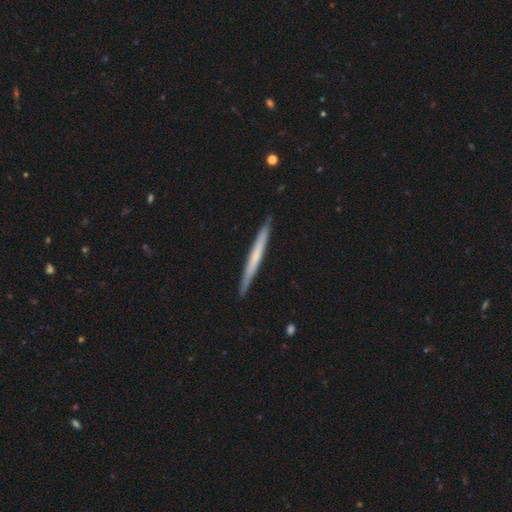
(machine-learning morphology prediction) Smooth or featured?
  - smooth: 49% *
  - featured or disk: 46%
  - star or artifact: 5%
Merging?
  - none: 90% *
  - minor disturbance: 7%
  - major disturbance: 1%
  - merger: 1%